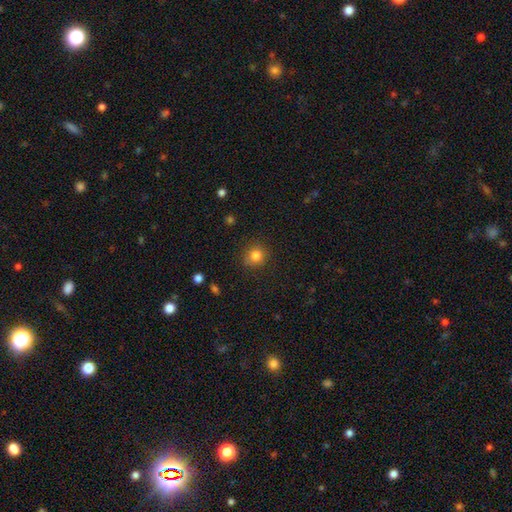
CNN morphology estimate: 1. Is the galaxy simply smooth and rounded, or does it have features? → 83% smooth, 12% star or artifact, 6% featured or disk.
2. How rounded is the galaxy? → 89% round, 11% in between, 1% cigar-shaped.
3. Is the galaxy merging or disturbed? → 84% none, 11% minor disturbance, 3% major disturbance, 2% merger.